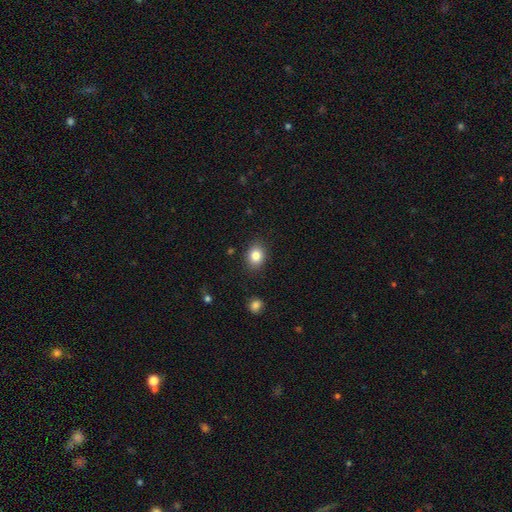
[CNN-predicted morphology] A smooth galaxy with no disk features (84%) that is in between round and cigar-shaped (51%). Merging: none (86%).